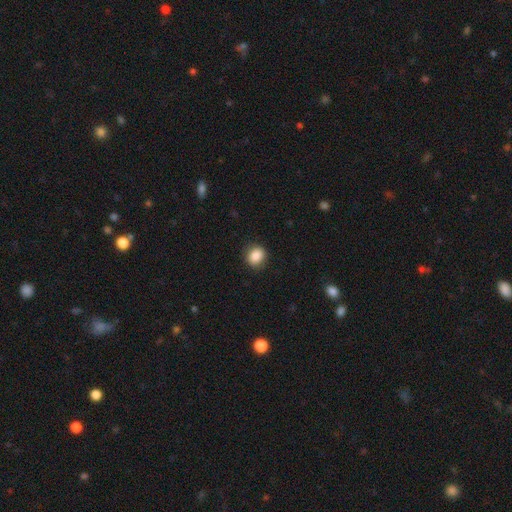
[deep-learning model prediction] Morphology: type=smooth (87%); roundness=round (67%); merging=none (86%).